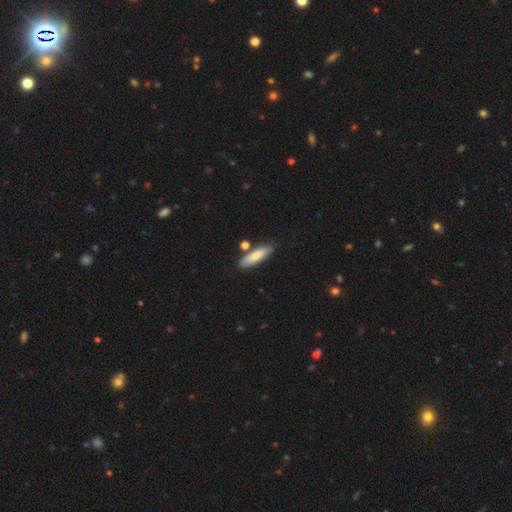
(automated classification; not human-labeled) Smooth or featured: smooth — 76% (featured or disk — 18%)
How rounded: cigar-shaped — 56% (in between — 42%)
Merging: none — 77% (minor disturbance — 12%)